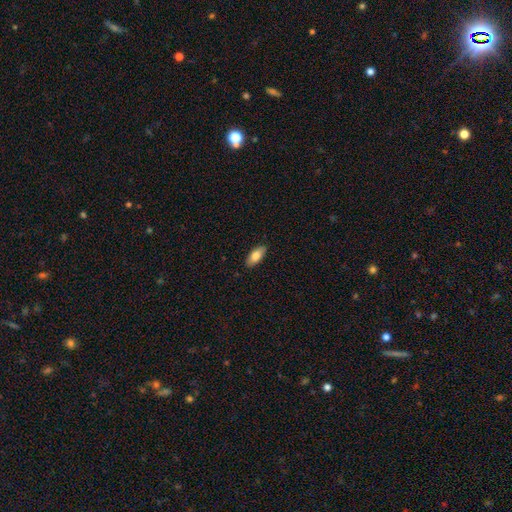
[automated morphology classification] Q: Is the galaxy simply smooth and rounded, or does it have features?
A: smooth — 81%.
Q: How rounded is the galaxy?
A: in between — 86%.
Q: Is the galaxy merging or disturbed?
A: none — 88%.